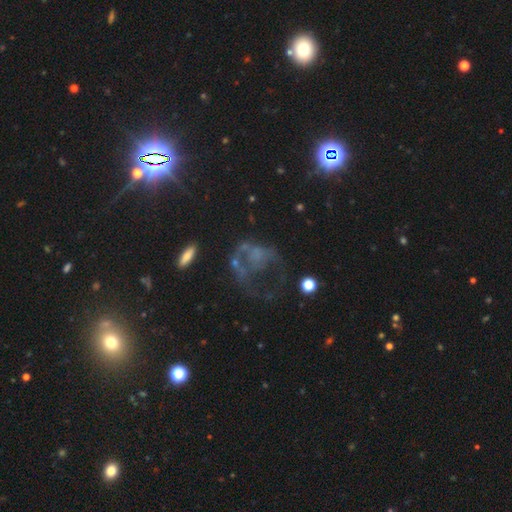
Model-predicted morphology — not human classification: A featured or disk galaxy (50%).

Vote fractions:
- Smooth or featured? featured or disk: 50% / smooth: 25% / star or artifact: 25%
- Edge-on disk? no: 96% / yes: 4%
- Merging? major disturbance: 46% / none: 31% / minor disturbance: 14% / merger: 9%